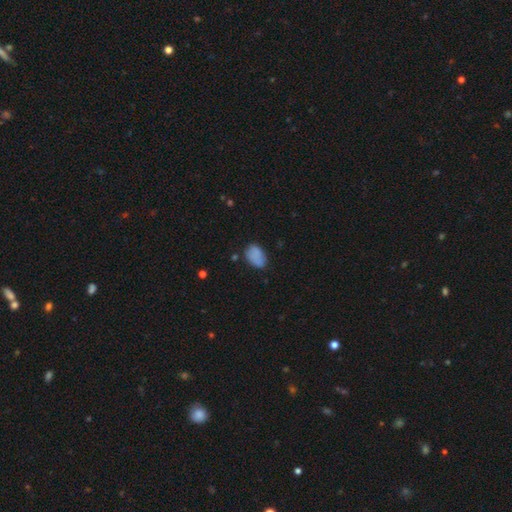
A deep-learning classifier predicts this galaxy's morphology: Smooth or featured: smooth — 82% (featured or disk — 9%)
How rounded: in between — 88% (round — 10%)
Merging: none — 66% (minor disturbance — 24%)